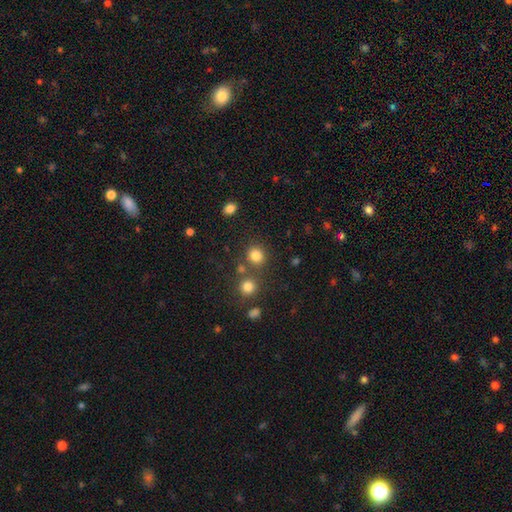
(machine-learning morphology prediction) A smooth galaxy with no disk features (81%) that is round (81%). Merging: none (75%).